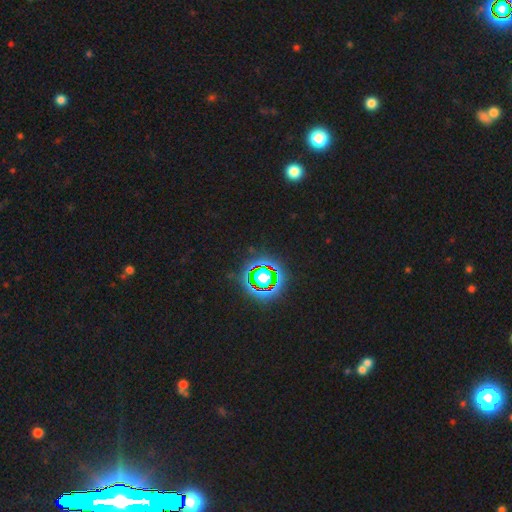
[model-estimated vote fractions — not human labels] Smooth or featured: star or artifact — 82% (smooth — 11%)